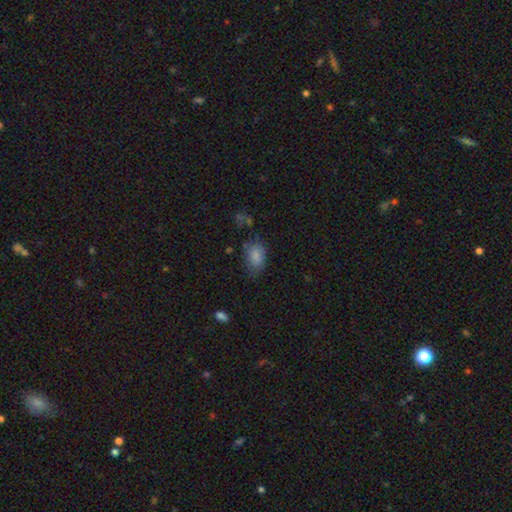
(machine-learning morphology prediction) The model was most divided on "merging": none: 51%, minor disturbance: 30%, major disturbance: 15%, merger: 4%. More confident: how rounded — in between (85%); smooth or featured — smooth (79%).